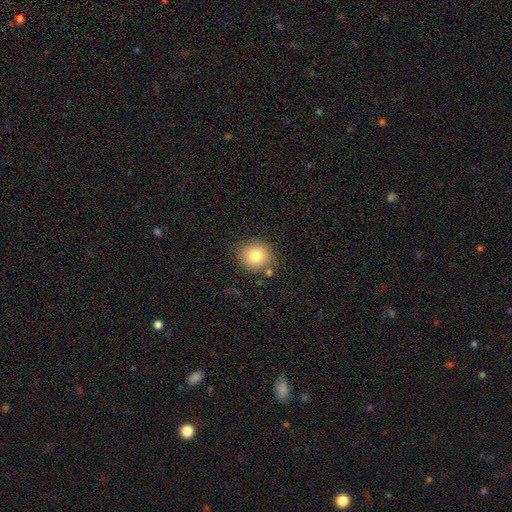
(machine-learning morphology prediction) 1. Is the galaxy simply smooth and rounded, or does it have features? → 80% smooth, 11% star or artifact, 10% featured or disk.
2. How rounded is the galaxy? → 86% round, 13% in between, 1% cigar-shaped.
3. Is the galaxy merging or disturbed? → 80% none, 11% minor disturbance, 6% merger, 3% major disturbance.